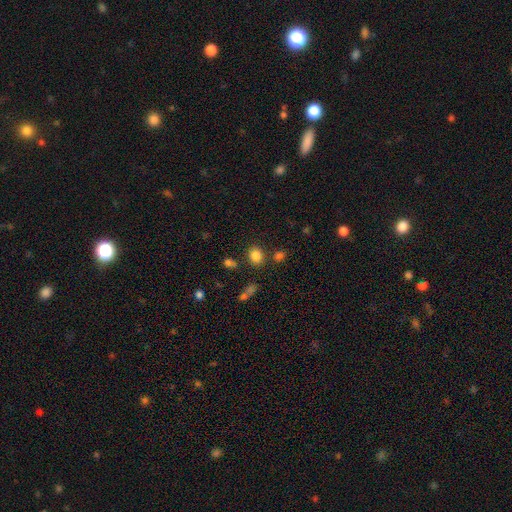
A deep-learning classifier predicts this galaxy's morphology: The model was most divided on "how rounded": round: 67%, in between: 32%, cigar-shaped: 1%. More confident: smooth or featured — smooth (82%); merging — none (78%).